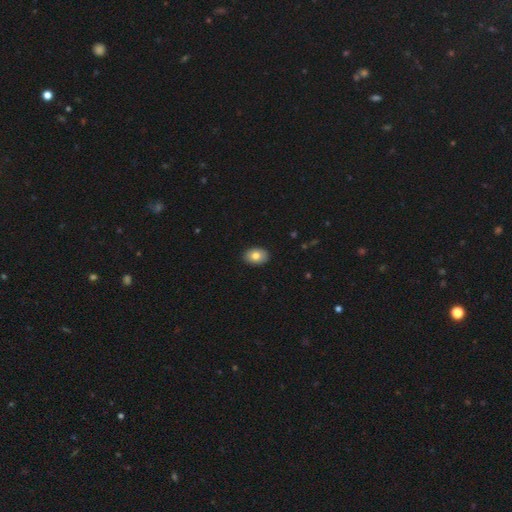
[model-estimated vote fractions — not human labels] A smooth galaxy with no disk features (79%) that is in between round and cigar-shaped (84%).

Vote fractions:
- Smooth or featured? smooth: 79% / featured or disk: 14% / star or artifact: 7%
- How rounded? in between: 84% / round: 15% / cigar-shaped: 1%
- Merging? none: 90% / minor disturbance: 7% / major disturbance: 2% / merger: 1%